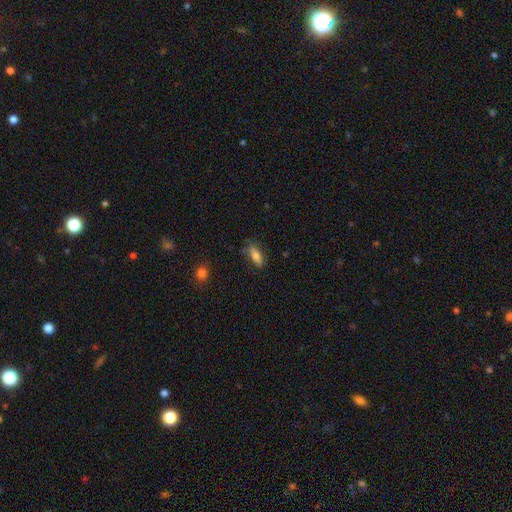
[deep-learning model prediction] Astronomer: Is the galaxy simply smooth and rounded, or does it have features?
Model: smooth — 75%.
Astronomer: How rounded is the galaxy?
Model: in between — 64%.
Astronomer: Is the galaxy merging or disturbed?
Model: none — 73%.